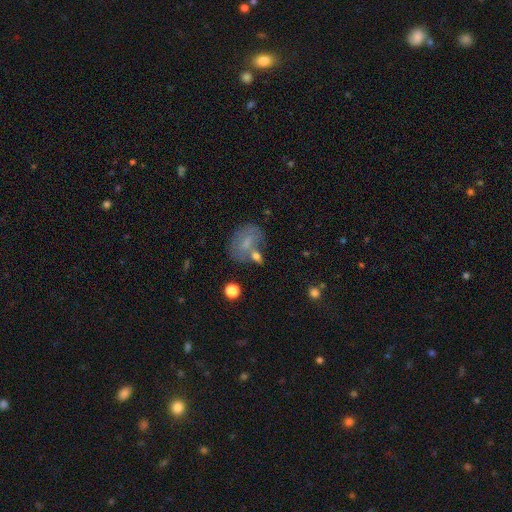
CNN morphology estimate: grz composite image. It shows a smooth galaxy with no disk features (62%) that is in between round and cigar-shaped (66%). Merging: none (44%).